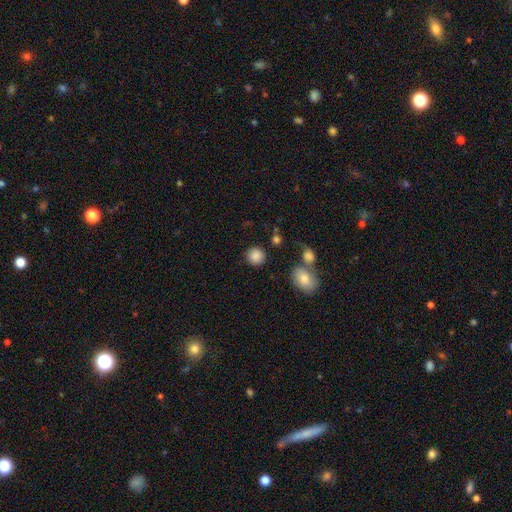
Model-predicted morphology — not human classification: A smooth galaxy with no disk features (87%) that is round (88%). Merging: none (83%).